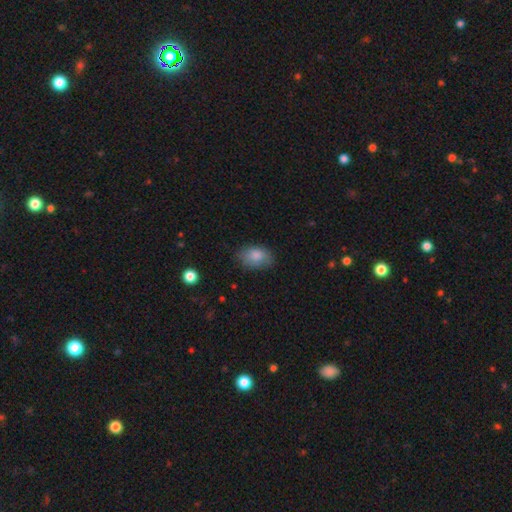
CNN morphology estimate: This appears to be a smooth galaxy with no disk features (85%) that is in between round and cigar-shaped (87%). Merging: none (76%).